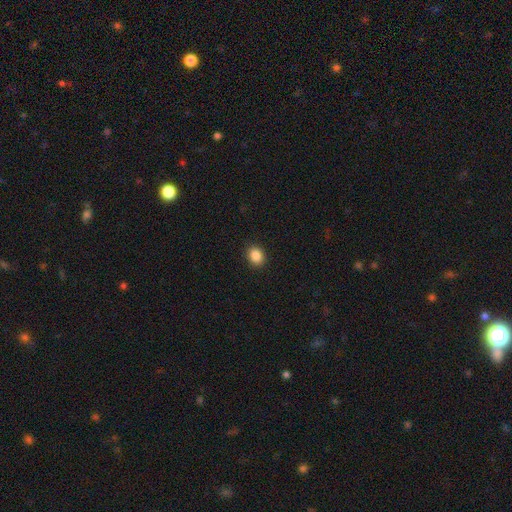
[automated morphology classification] Smooth or featured? smooth (87%)
How rounded? round (53%)
Merging? none (91%)